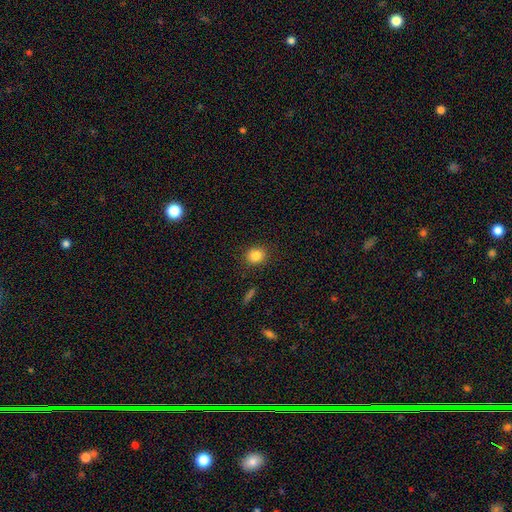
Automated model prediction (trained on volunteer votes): smooth-or-featured: smooth: 84% | star or artifact: 10% | featured or disk: 5%
  how-rounded: round: 70% | in between: 29% | cigar-shaped: 1%
  merging: none: 87% | minor disturbance: 8% | major disturbance: 3% | merger: 2%